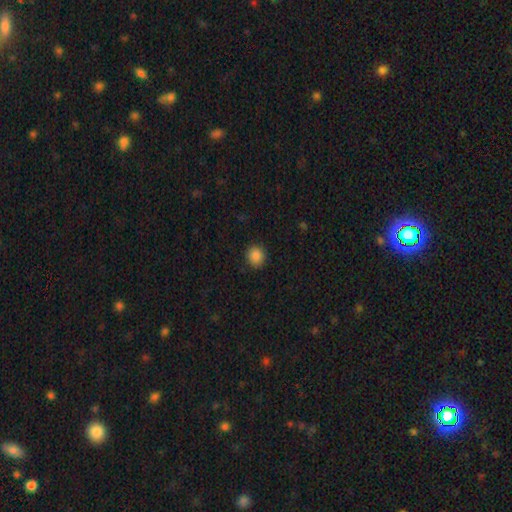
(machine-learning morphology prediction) A smooth galaxy with no disk features (87%) that is round (87%). Merging: none (91%).